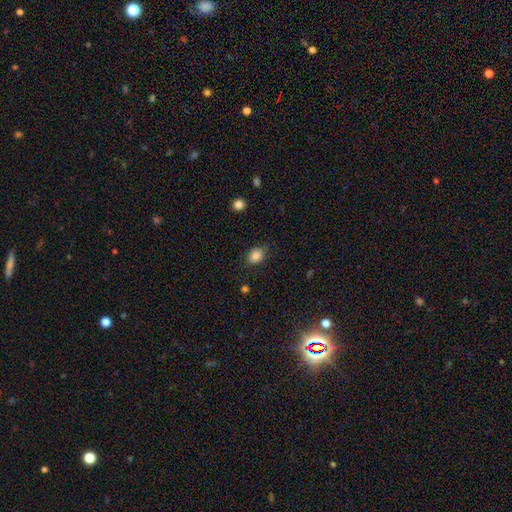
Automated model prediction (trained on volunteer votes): This is clearly a smooth galaxy (86%). How rounded: possibly in between (55%). Merging: likely none (77%).